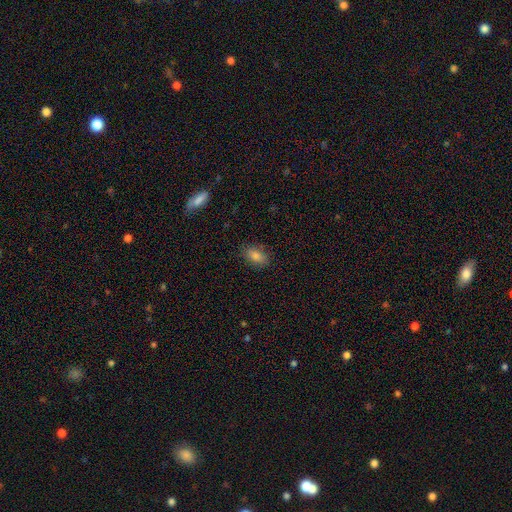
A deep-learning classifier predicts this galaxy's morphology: Q: Smooth or featured?
A: smooth (81%); runner-up: star or artifact (11%)
Q: How rounded?
A: in between (87%); runner-up: round (10%)
Q: Merging?
A: none (86%); runner-up: minor disturbance (11%)